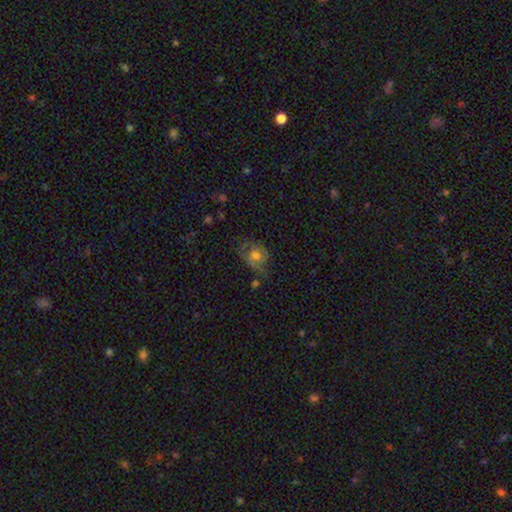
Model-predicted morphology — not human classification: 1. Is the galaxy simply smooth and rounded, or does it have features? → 54% smooth, 34% featured or disk, 12% star or artifact.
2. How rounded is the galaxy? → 64% in between, 34% round, 2% cigar-shaped.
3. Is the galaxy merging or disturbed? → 40% none, 31% minor disturbance, 24% major disturbance, 5% merger.